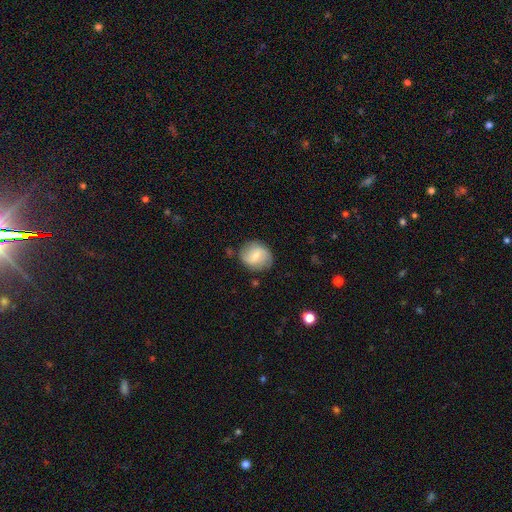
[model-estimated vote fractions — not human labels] This appears to be a smooth galaxy with no disk features (56%) that is round (78%). Merging: none (77%).